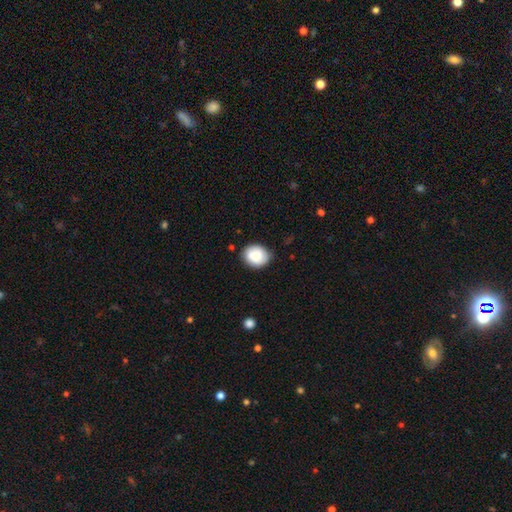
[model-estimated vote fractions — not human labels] Overall: smooth (86%). How rounded: round (61%; in between 38%). Merging: none (79%).